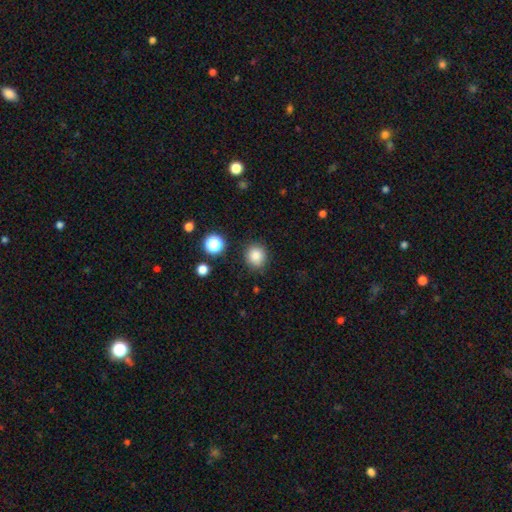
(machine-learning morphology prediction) Q: Smooth or featured?
A: smooth (85%); runner-up: star or artifact (11%)
Q: How rounded?
A: round (86%); runner-up: in between (13%)
Q: Merging?
A: none (87%); runner-up: minor disturbance (9%)